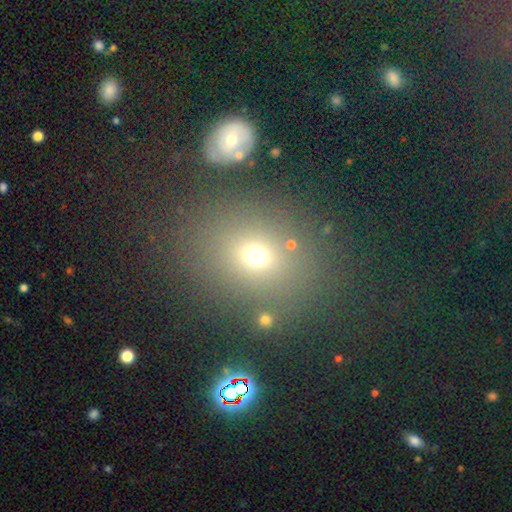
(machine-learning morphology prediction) Q: Smooth or featured?
A: smooth (66%); runner-up: star or artifact (23%)
Q: How rounded?
A: round (61%); runner-up: in between (37%)
Q: Merging?
A: none (77%); runner-up: minor disturbance (11%)